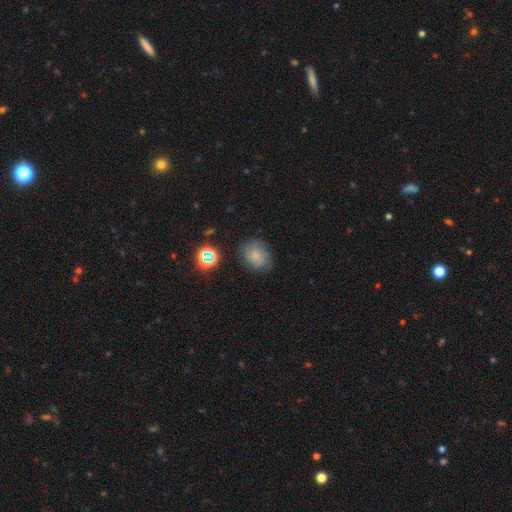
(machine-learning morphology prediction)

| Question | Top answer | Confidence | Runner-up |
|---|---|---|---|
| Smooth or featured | smooth | 72% | star or artifact (15%) |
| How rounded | round | 56% | in between (43%) |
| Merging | none | 73% | minor disturbance (19%) |